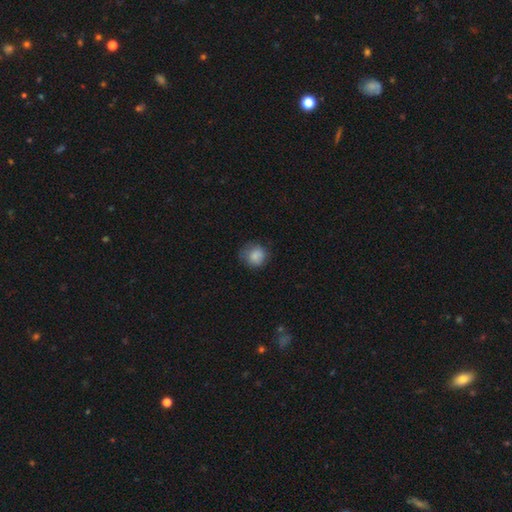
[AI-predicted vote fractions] Smooth or featured? Predicted: smooth (p=0.84). How rounded? Predicted: round (p=0.82). Merging? Predicted: none (p=0.68).